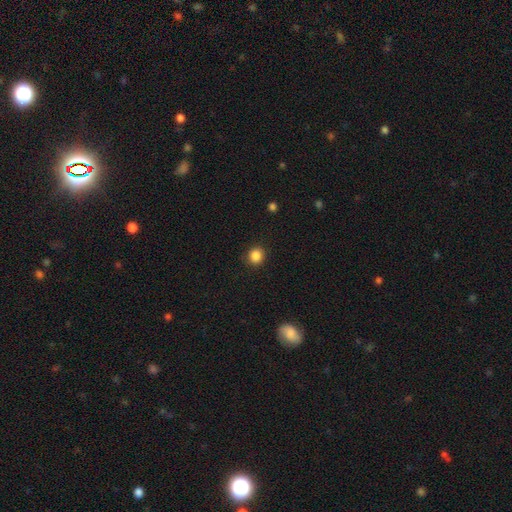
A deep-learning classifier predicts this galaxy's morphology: The model was most divided on "smooth or featured": smooth: 86%, star or artifact: 11%, featured or disk: 3%. More confident: merging — none (90%); how rounded — round (87%).